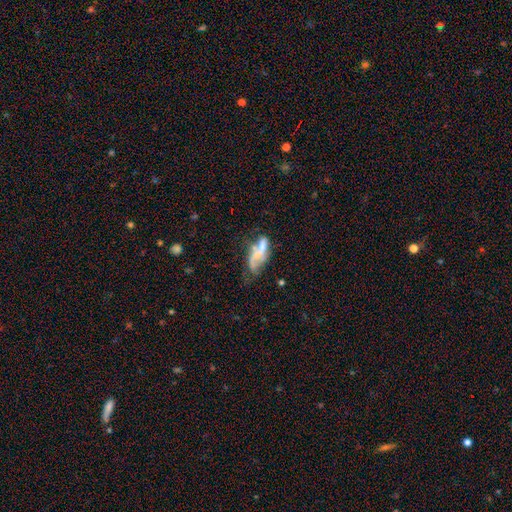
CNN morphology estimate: Smooth or featured? Predicted: featured or disk (p=0.51). Edge-on disk? Predicted: no (p=0.91). Merging? Predicted: merger (p=0.31).